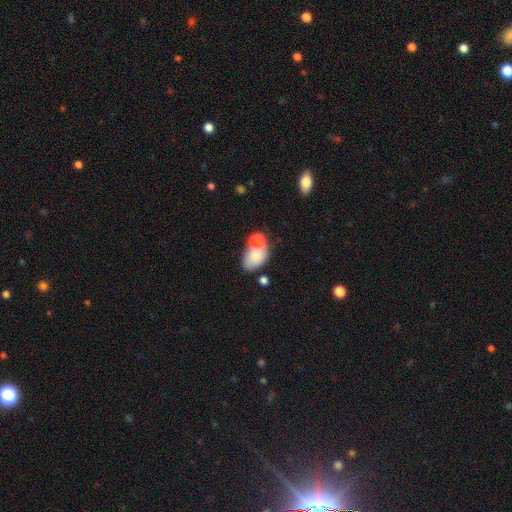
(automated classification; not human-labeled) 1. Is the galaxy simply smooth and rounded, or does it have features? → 75% smooth, 16% featured or disk, 9% star or artifact.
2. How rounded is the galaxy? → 86% in between, 12% round, 1% cigar-shaped.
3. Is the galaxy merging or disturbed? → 40% merger, 38% none, 15% minor disturbance, 7% major disturbance.